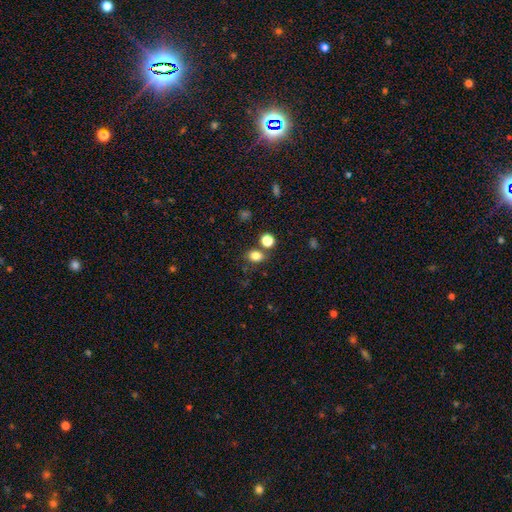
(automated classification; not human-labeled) This appears to be a smooth galaxy with no disk features (81%) that is in between round and cigar-shaped (55%). Merging: none (70%).